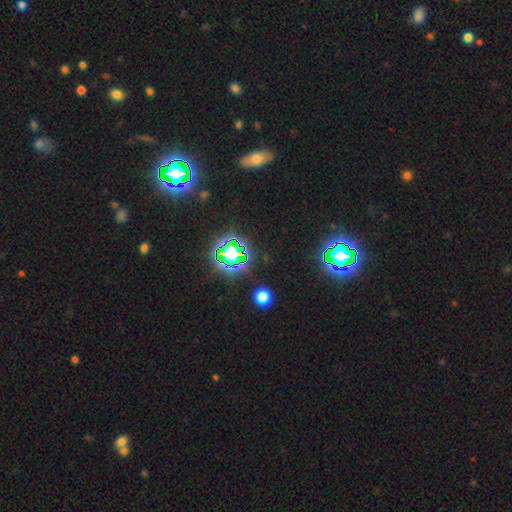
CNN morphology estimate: Smooth or featured: star or artifact — 78% (smooth — 14%)